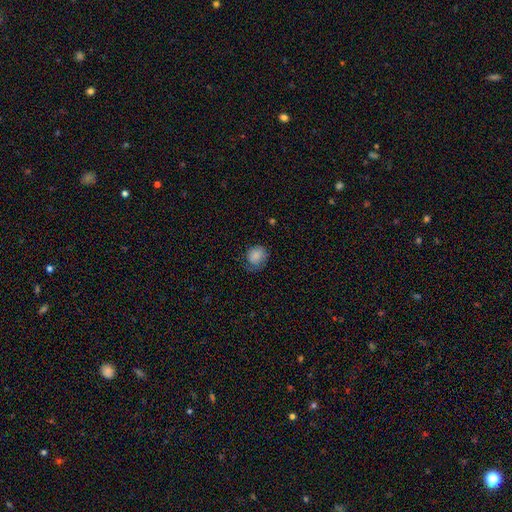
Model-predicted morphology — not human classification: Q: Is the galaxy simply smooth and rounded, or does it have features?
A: smooth — 80%.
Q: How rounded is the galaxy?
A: round — 72%.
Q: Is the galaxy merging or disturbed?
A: none — 58%.